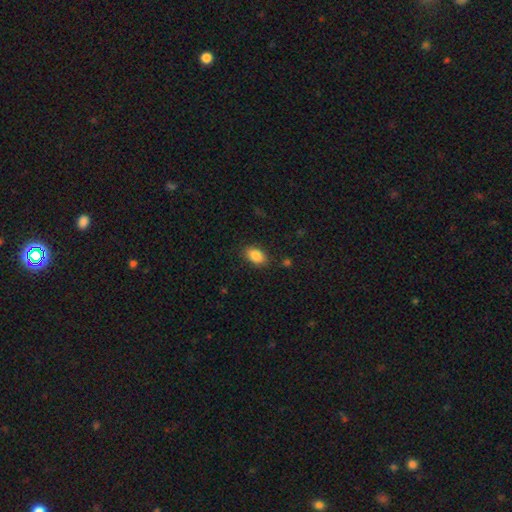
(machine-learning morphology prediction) Overall: smooth (86%). How rounded: in between (89%). Merging: none (85%).